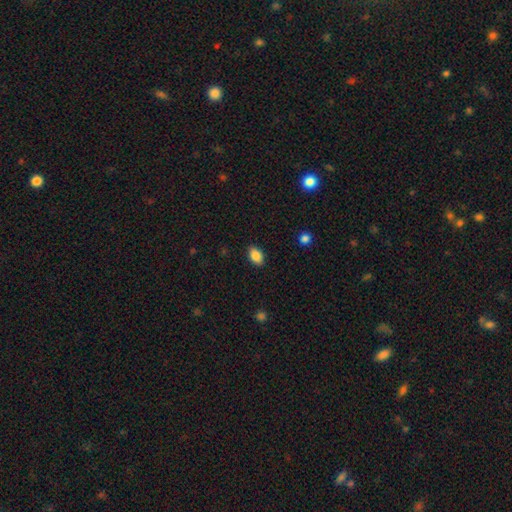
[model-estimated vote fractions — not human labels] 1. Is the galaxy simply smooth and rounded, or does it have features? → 88% smooth, 8% star or artifact, 4% featured or disk.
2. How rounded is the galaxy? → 89% in between, 10% round, 1% cigar-shaped.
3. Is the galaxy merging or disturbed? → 88% none, 9% minor disturbance, 2% major disturbance, 1% merger.